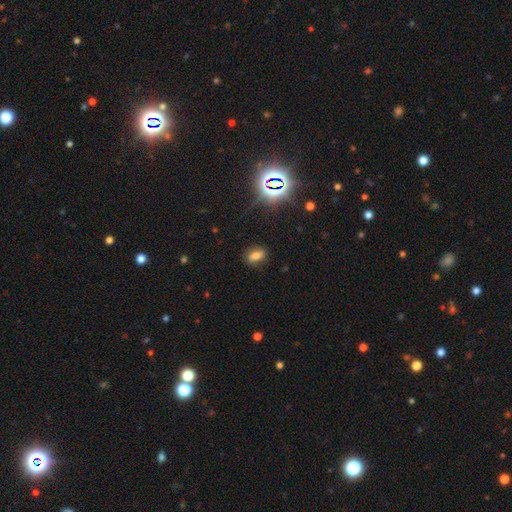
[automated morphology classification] smooth 64%, star or artifact 20%, featured or disk 16%. Down the decision tree: how rounded — in between (78%); merging — none (83%).